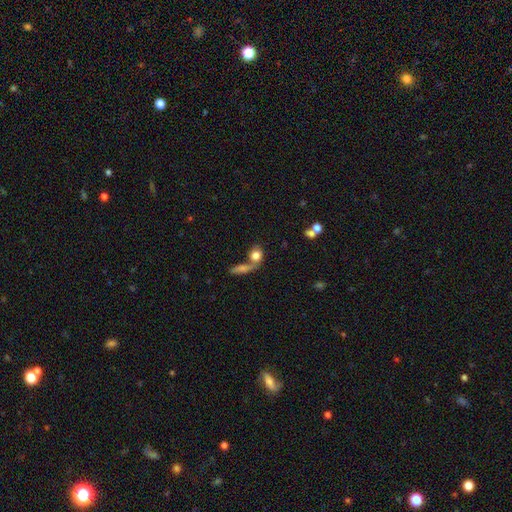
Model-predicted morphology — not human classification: Smooth or featured: smooth — 78% (featured or disk — 13%)
How rounded: round — 57% (in between — 37%)
Merging: merger — 44% (none — 38%)